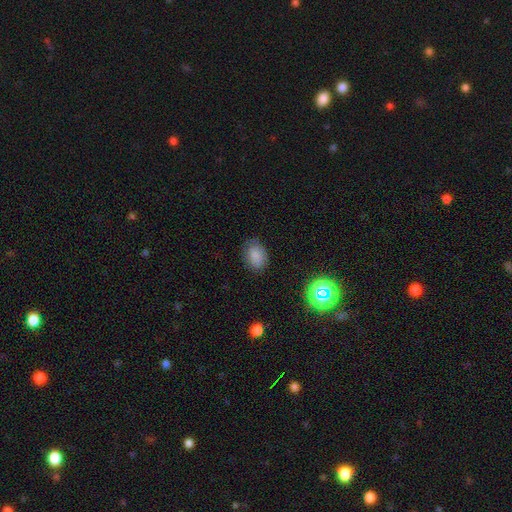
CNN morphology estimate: A smooth galaxy with no disk features (81%) that is in between round and cigar-shaped (74%).

Vote fractions:
- Smooth or featured? smooth: 81% / star or artifact: 12% / featured or disk: 7%
- How rounded? in between: 74% / round: 24% / cigar-shaped: 1%
- Merging? none: 76% / minor disturbance: 18% / major disturbance: 4% / merger: 1%